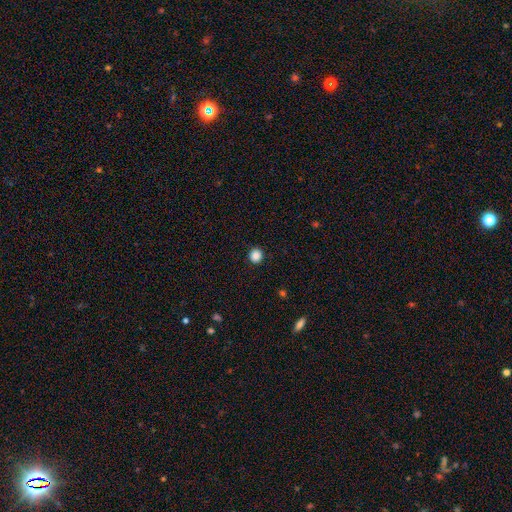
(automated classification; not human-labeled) Overall: smooth (87%). How rounded: round (91%). Merging: none (92%).